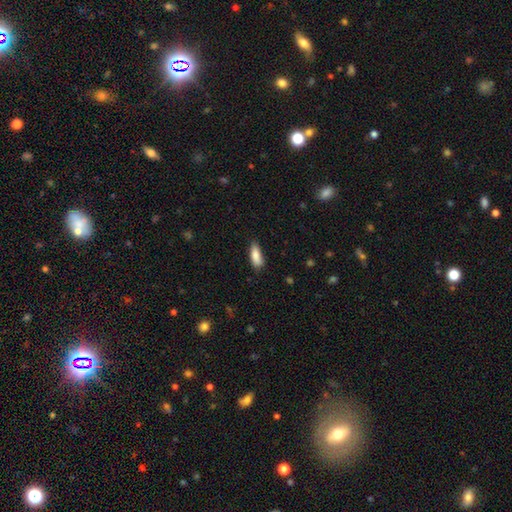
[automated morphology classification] Smooth or featured? smooth (84%)
How rounded? in between (65%)
Merging? none (74%)